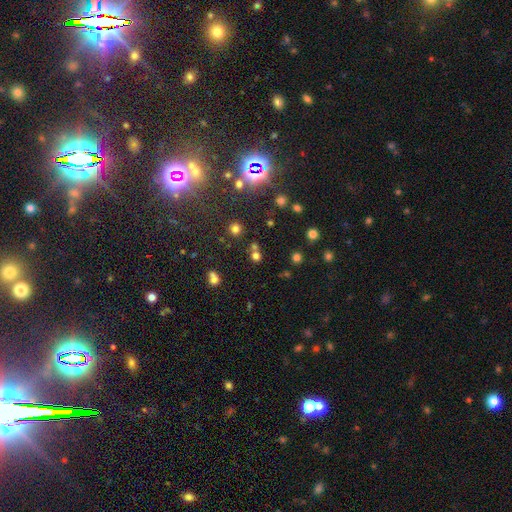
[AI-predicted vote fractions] Q: Smooth or featured?
A: smooth (62%); runner-up: star or artifact (31%)
Q: How rounded?
A: round (82%); runner-up: in between (16%)
Q: Merging?
A: none (65%); runner-up: merger (24%)